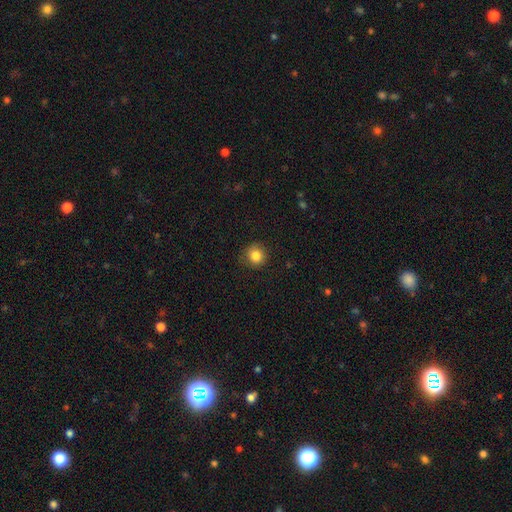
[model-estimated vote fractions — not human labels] This is clearly a smooth galaxy (85%). How rounded: clearly round (90%). Merging: clearly none (87%).